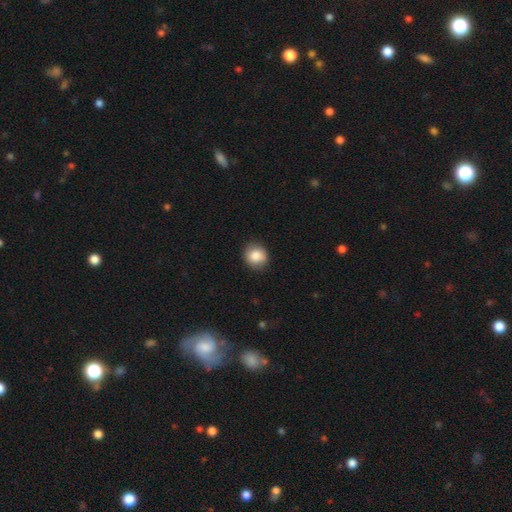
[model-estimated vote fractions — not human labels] Overall: smooth (86%). How rounded: round (80%). Merging: none (86%).